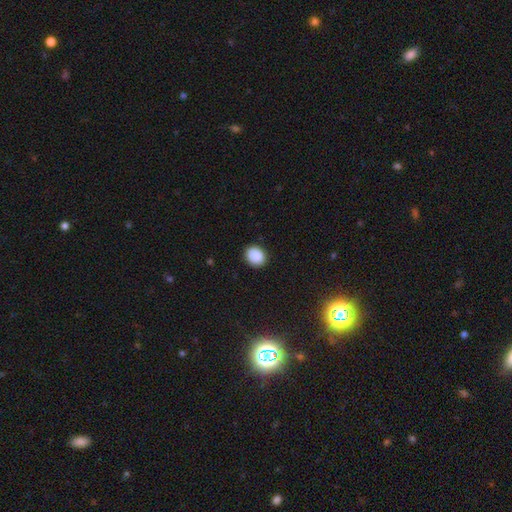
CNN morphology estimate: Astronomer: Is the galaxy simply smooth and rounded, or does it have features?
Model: smooth — 89%.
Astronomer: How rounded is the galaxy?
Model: round — 57% (runner-up: in between, 42%).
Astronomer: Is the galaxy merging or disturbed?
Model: none — 89%.